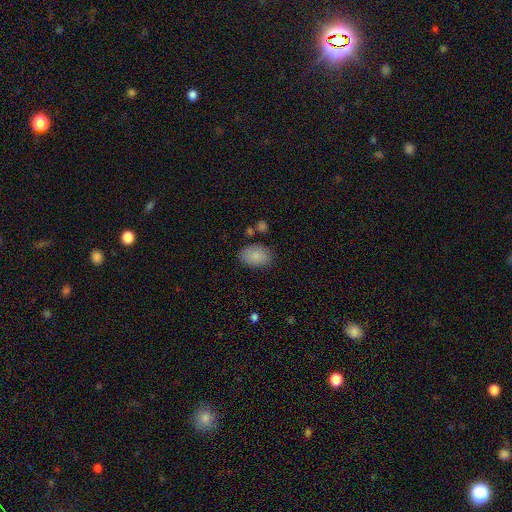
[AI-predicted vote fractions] Morphology: type=smooth (87%); roundness=in between (88%); merging=none (79%).